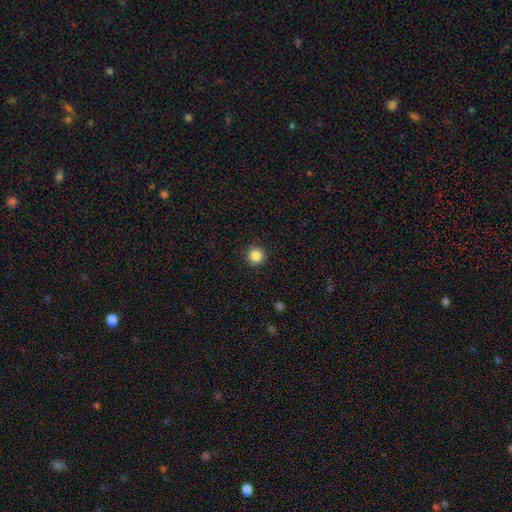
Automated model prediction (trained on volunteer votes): smooth-or-featured: smooth: 85% | star or artifact: 11% | featured or disk: 4%
  how-rounded: round: 96% | in between: 3% | cigar-shaped: 1%
  merging: none: 93% | minor disturbance: 5% | major disturbance: 2% | merger: 1%